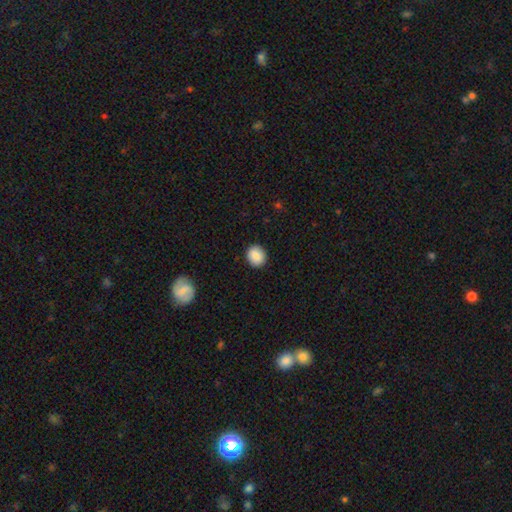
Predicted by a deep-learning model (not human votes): Overall: smooth (88%). How rounded: round (73%). Merging: none (90%).